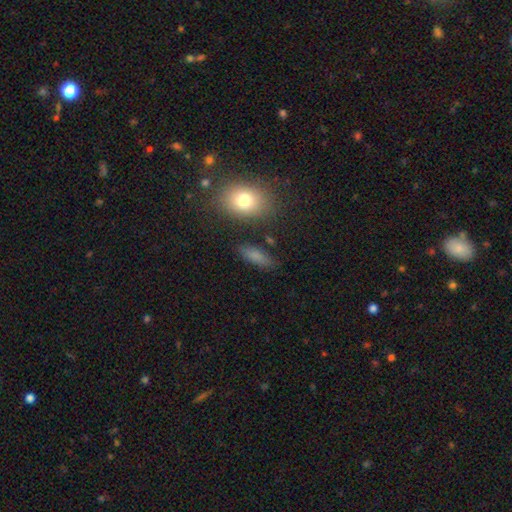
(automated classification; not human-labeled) Smooth or featured: smooth — 79% (featured or disk — 11%)
How rounded: in between — 66% (cigar-shaped — 28%)
Merging: none — 80% (minor disturbance — 13%)